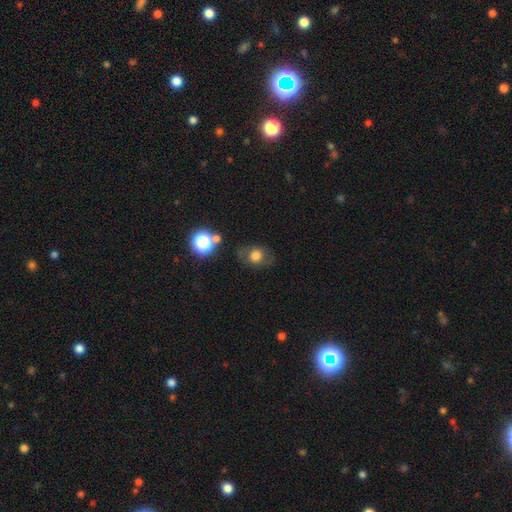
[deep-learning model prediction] Q: Smooth or featured?
A: smooth (67%); runner-up: featured or disk (20%)
Q: How rounded?
A: round (64%); runner-up: in between (35%)
Q: Merging?
A: none (66%); runner-up: minor disturbance (18%)